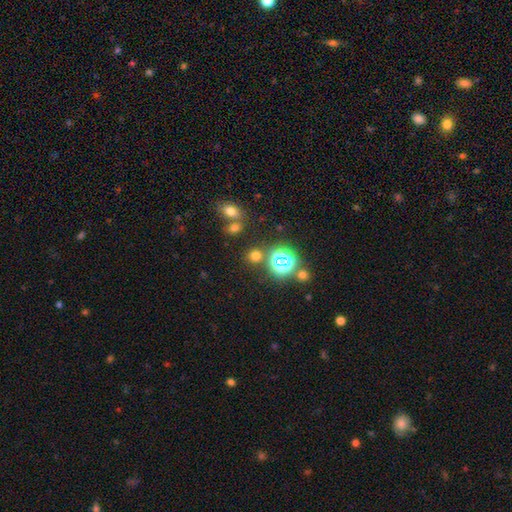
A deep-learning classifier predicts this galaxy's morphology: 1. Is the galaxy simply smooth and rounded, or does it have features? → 62% smooth, 32% star or artifact, 6% featured or disk.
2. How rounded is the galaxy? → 83% round, 16% in between, 1% cigar-shaped.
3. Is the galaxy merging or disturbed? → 77% none, 11% merger, 9% minor disturbance, 4% major disturbance.